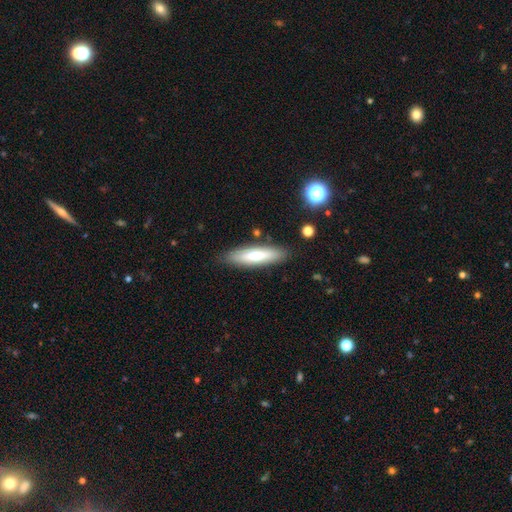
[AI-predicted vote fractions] smooth-or-featured: smooth: 67% | featured or disk: 27% | star or artifact: 6%
  how-rounded: cigar-shaped: 66% | in between: 33% | round: 1%
  merging: none: 84% | minor disturbance: 11% | major disturbance: 3% | merger: 2%